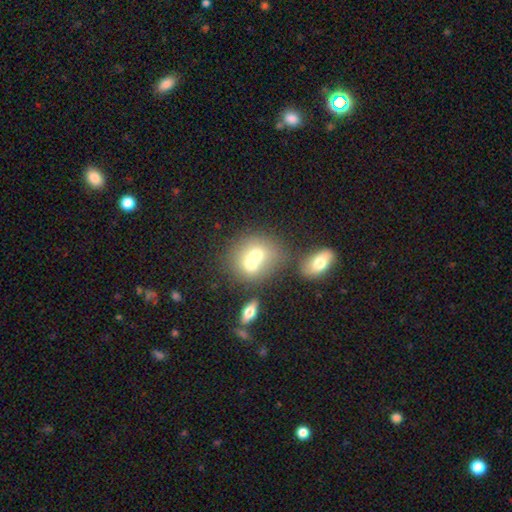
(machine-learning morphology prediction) Smooth or featured?
  - smooth: 65% *
  - featured or disk: 24%
  - star or artifact: 11%
How rounded?
  - round: 69% *
  - in between: 30%
  - cigar-shaped: 1%
Merging?
  - merger: 63% *
  - none: 27%
  - minor disturbance: 7%
  - major disturbance: 3%